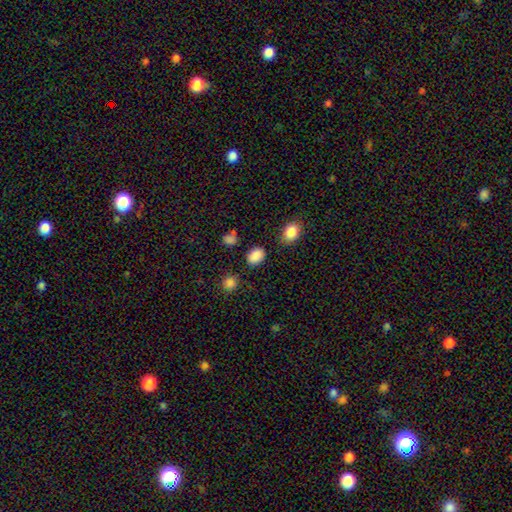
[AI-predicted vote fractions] This appears to be a smooth galaxy with no disk features (86%) that is in between round and cigar-shaped (65%). Merging: none (83%).